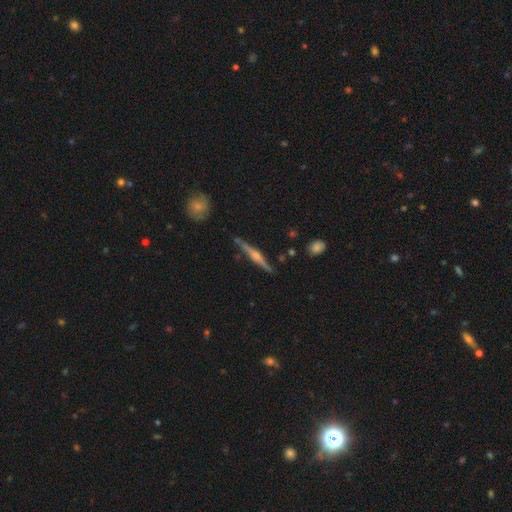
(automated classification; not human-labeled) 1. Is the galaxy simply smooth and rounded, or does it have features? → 79% featured or disk, 15% smooth, 6% star or artifact.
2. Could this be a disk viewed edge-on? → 98% yes, 2% no.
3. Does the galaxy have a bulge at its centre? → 88% rounded, 7% boxy, 5% none.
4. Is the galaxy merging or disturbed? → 86% none, 10% minor disturbance, 3% merger, 2% major disturbance.